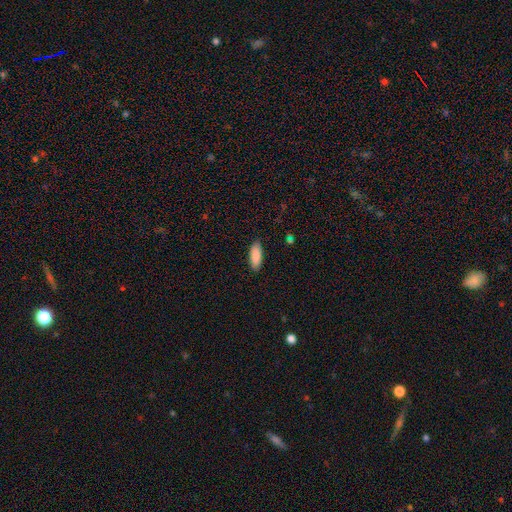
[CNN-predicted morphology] smooth_or_featured: smooth (p=0.89) [alt: star or artifact p=0.06]
how_rounded: in between (p=0.71) [alt: cigar-shaped p=0.28]
merging: none (p=0.89) [alt: minor disturbance p=0.08]